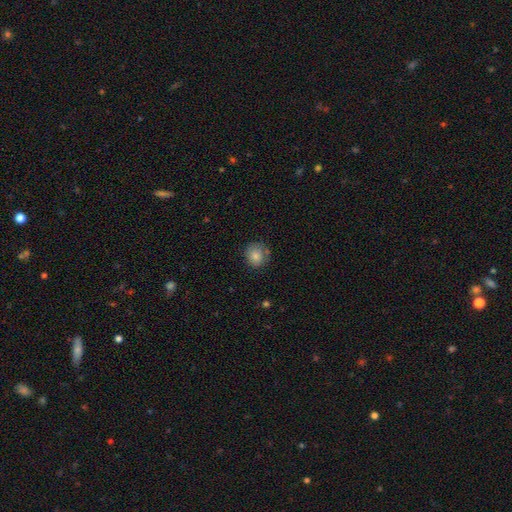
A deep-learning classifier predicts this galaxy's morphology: Smooth or featured? Predicted: smooth (p=0.83). How rounded? Predicted: round (p=0.82). Merging? Predicted: none (p=0.76).